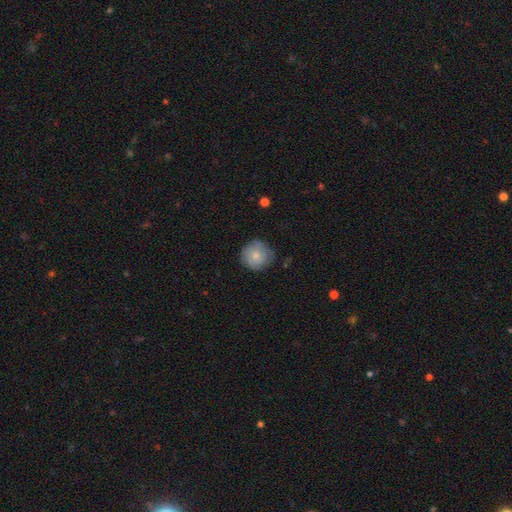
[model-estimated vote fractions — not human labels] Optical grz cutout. It shows a smooth galaxy with no disk features (77%) that is round (93%). Merging: none (78%).